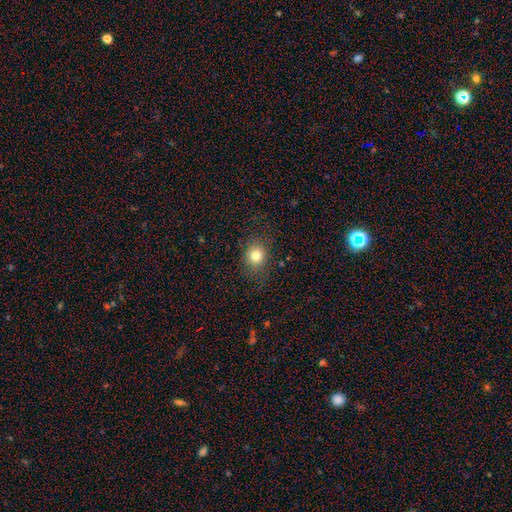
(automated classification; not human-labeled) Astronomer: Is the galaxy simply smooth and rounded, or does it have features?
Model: smooth — 79%.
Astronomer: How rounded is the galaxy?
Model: round — 69%.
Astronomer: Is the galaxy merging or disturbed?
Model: none — 81%.